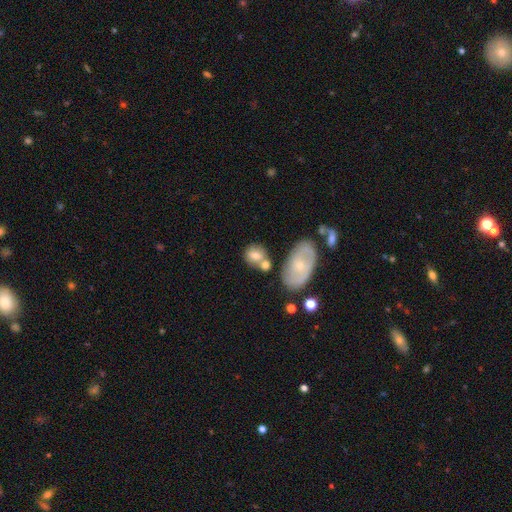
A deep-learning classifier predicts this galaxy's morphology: The model was most divided on "how rounded": round: 59%, in between: 39%, cigar-shaped: 2%. More confident: smooth or featured — smooth (69%); merging — none (53%).